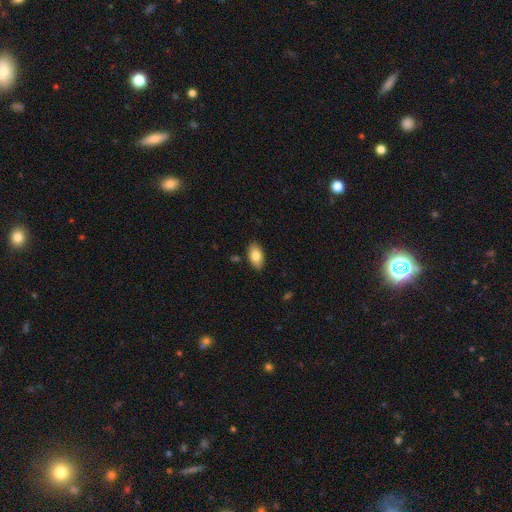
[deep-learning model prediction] smooth_or_featured: smooth (p=0.82) [alt: featured or disk p=0.11]
how_rounded: in between (p=0.93) [alt: round p=0.05]
merging: none (p=0.85) [alt: minor disturbance p=0.11]